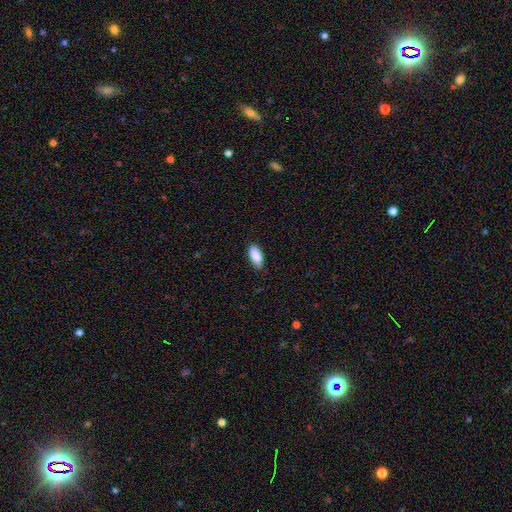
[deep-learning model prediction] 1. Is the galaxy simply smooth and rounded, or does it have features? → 88% smooth, 6% star or artifact, 6% featured or disk.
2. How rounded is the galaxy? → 86% in between, 12% cigar-shaped, 2% round.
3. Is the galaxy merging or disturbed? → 81% none, 15% minor disturbance, 3% major disturbance, 1% merger.